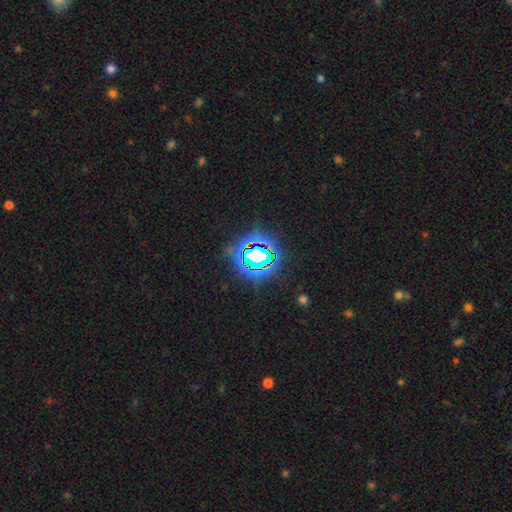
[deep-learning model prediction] A star or artifact, not a galaxy (74%).